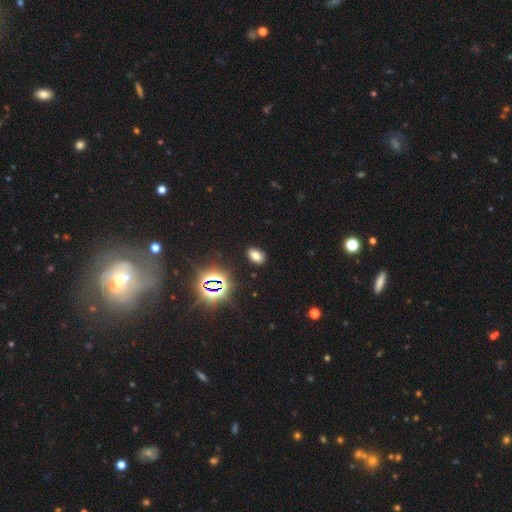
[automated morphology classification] A smooth galaxy with no disk features (64%) that is in between round and cigar-shaped (87%). Merging: none (89%).